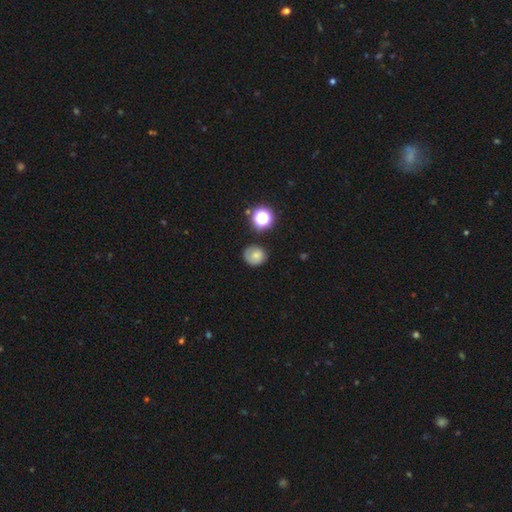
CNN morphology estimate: smooth-or-featured: smooth: 68% | featured or disk: 19% | star or artifact: 13%
  how-rounded: round: 82% | in between: 17% | cigar-shaped: 1%
  merging: none: 72% | minor disturbance: 19% | major disturbance: 6% | merger: 3%